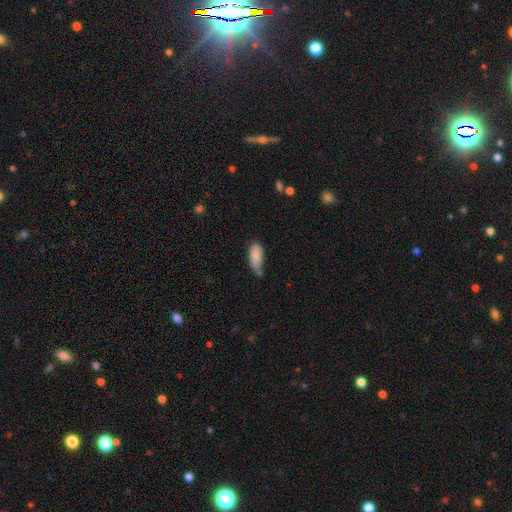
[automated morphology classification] Overall: smooth (83%). How rounded: in between (89%). Merging: none (49%; minor disturbance 32%).